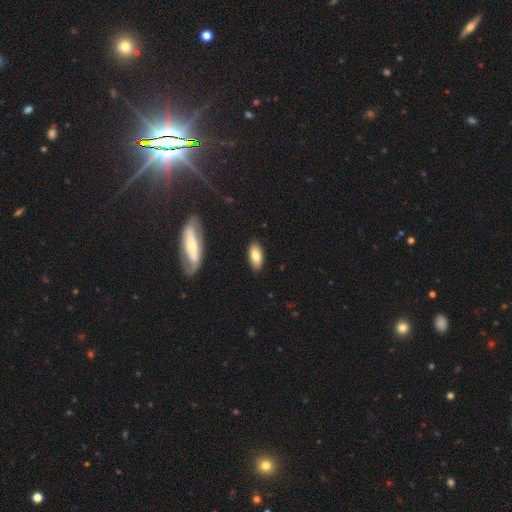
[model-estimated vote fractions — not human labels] A smooth galaxy with no disk features (79%) that is in between round and cigar-shaped (90%). Merging: none (87%).